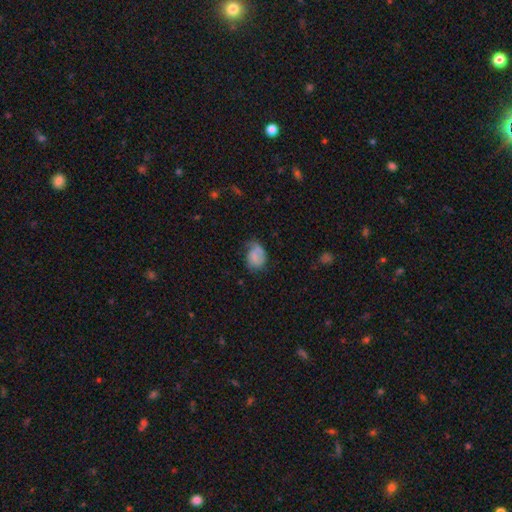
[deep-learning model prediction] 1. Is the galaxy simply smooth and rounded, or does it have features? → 55% smooth, 36% featured or disk, 9% star or artifact.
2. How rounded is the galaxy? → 67% in between, 32% round, 1% cigar-shaped.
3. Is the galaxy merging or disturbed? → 40% none, 33% minor disturbance, 25% major disturbance, 3% merger.